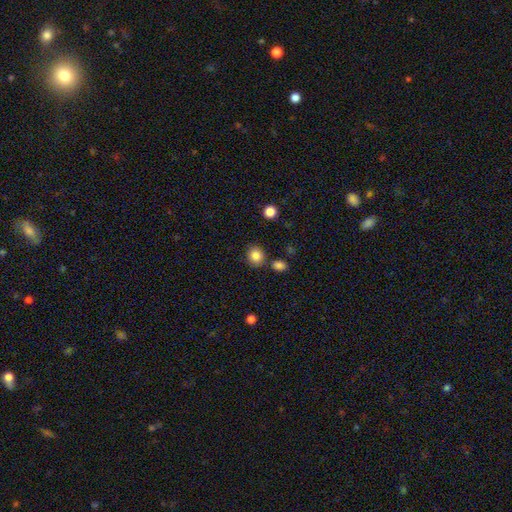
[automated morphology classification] Q: Smooth or featured?
A: smooth (85%); runner-up: star or artifact (10%)
Q: How rounded?
A: round (80%); runner-up: in between (19%)
Q: Merging?
A: none (80%); runner-up: minor disturbance (10%)